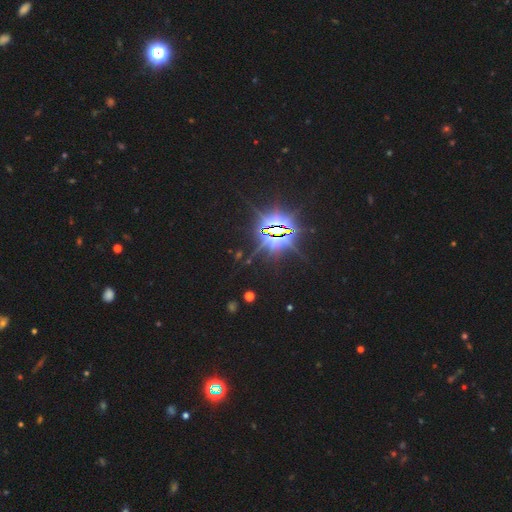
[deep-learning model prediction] This appears to be a star or artifact, not a galaxy (87%).